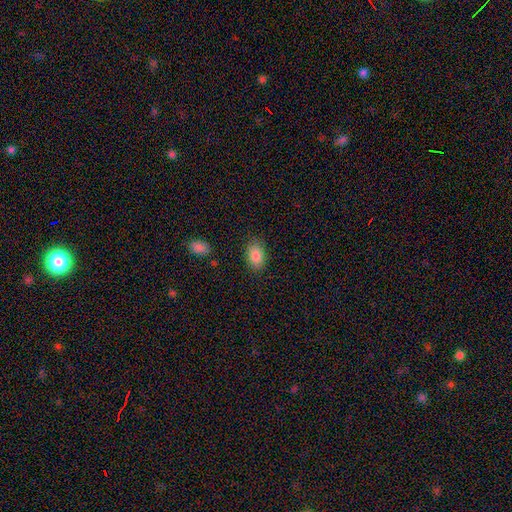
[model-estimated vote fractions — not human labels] Q: Smooth or featured?
A: smooth (86%); runner-up: star or artifact (8%)
Q: How rounded?
A: in between (87%); runner-up: round (12%)
Q: Merging?
A: none (84%); runner-up: minor disturbance (11%)